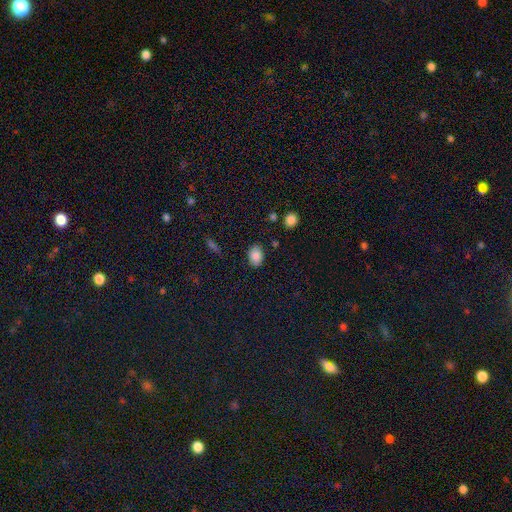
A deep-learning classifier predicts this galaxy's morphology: A smooth galaxy with no disk features (86%) that is in between round and cigar-shaped (77%). Merging: none (84%).